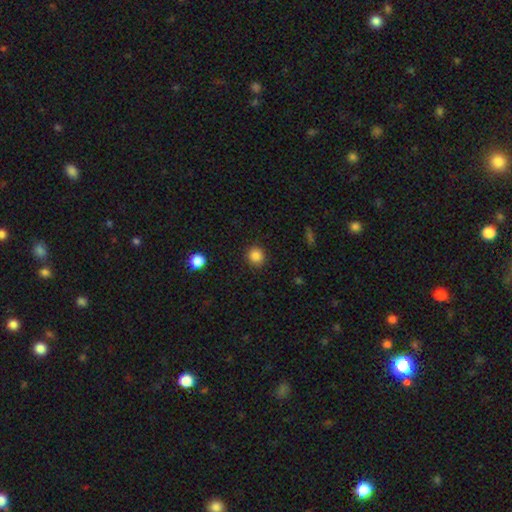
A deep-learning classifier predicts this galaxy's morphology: smooth-or-featured: smooth: 86% | star or artifact: 11% | featured or disk: 4%
  how-rounded: round: 90% | in between: 9% | cigar-shaped: 1%
  merging: none: 90% | minor disturbance: 6% | major disturbance: 2% | merger: 1%